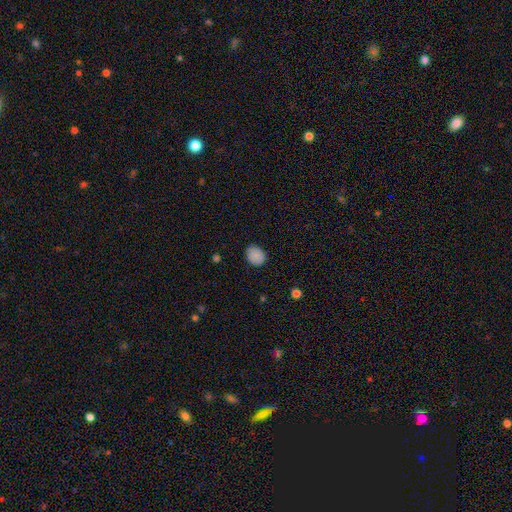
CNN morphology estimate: Smooth or featured? Predicted: smooth (p=0.88). How rounded? Predicted: round (p=0.56). Merging? Predicted: none (p=0.85).